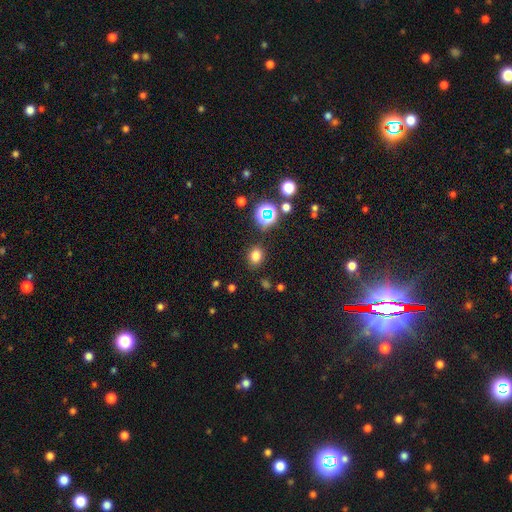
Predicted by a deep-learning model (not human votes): smooth_or_featured: smooth (p=0.76) [alt: star or artifact p=0.18]
how_rounded: in between (p=0.50) [alt: round p=0.49]
merging: none (p=0.85) [alt: minor disturbance p=0.09]